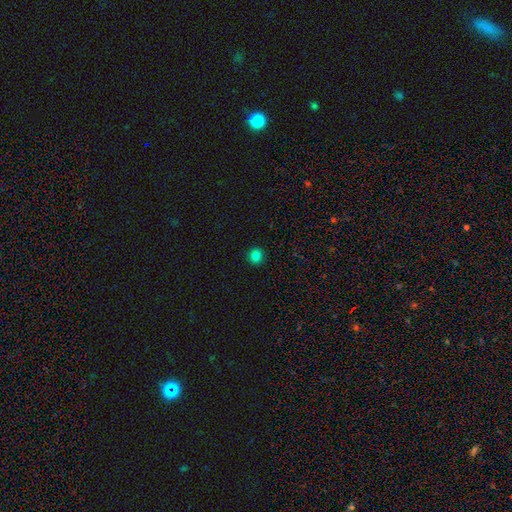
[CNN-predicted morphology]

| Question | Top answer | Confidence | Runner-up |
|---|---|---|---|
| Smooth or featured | smooth | 82% | star or artifact (14%) |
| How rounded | round | 90% | in between (9%) |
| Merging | none | 93% | minor disturbance (5%) |